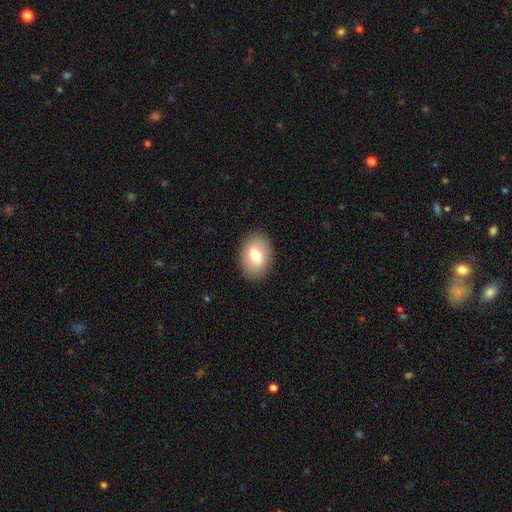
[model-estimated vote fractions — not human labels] Smooth or featured?
  - smooth: 74% *
  - featured or disk: 18%
  - star or artifact: 7%
How rounded?
  - in between: 79% *
  - round: 20%
  - cigar-shaped: 1%
Merging?
  - none: 89% *
  - minor disturbance: 8%
  - major disturbance: 2%
  - merger: 1%